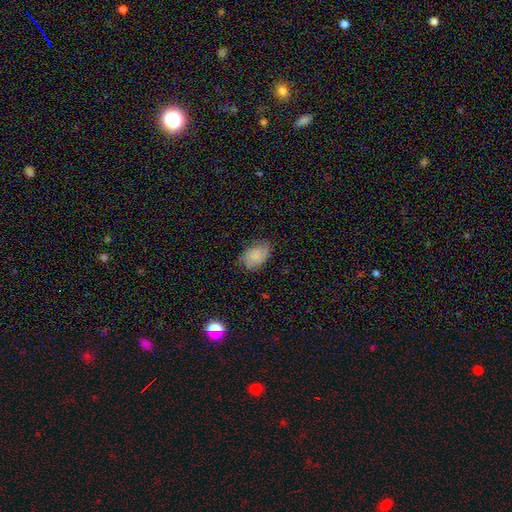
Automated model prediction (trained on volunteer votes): smooth 62%, featured or disk 29%, star or artifact 9%. Down the decision tree: how rounded — in between (84%); merging — none (70%).